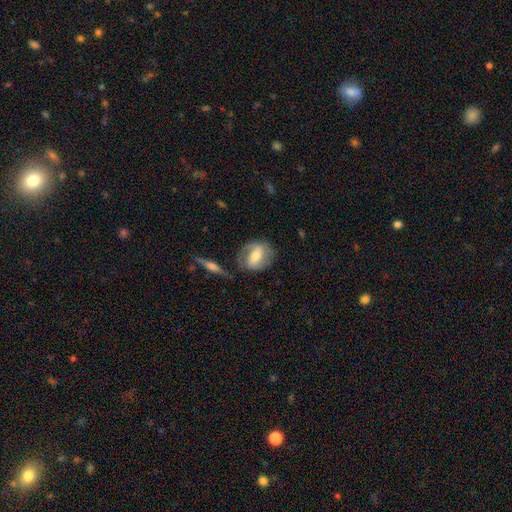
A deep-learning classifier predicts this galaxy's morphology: This appears to be a featured or disk galaxy (61%) with a strong bar (38%), spiral arms (76%) and a moderate central bulge (60%). Merging: none (67%).